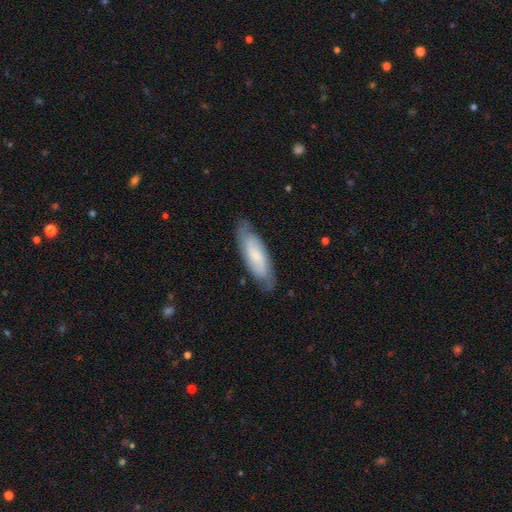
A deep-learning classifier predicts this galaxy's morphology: A smooth galaxy with no disk features (52%) that is in between round and cigar-shaped (56%). Merging: none (78%).